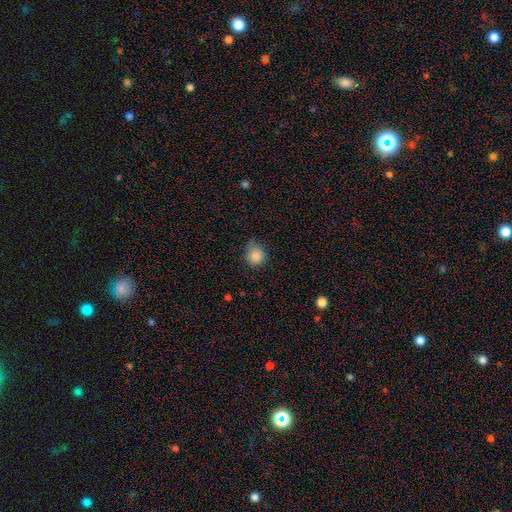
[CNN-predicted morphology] Q: Smooth or featured?
A: smooth (85%); runner-up: star or artifact (9%)
Q: How rounded?
A: round (81%); runner-up: in between (18%)
Q: Merging?
A: none (60%); runner-up: minor disturbance (31%)